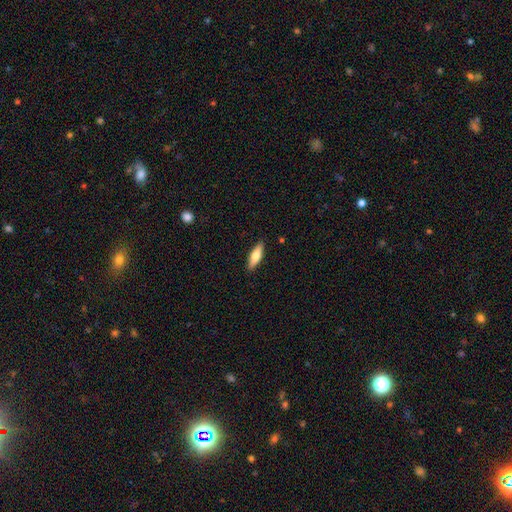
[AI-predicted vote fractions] smooth-or-featured: smooth: 66% | featured or disk: 28% | star or artifact: 6%
  how-rounded: cigar-shaped: 50% | in between: 48% | round: 2%
  merging: none: 89% | minor disturbance: 8% | major disturbance: 2% | merger: 1%